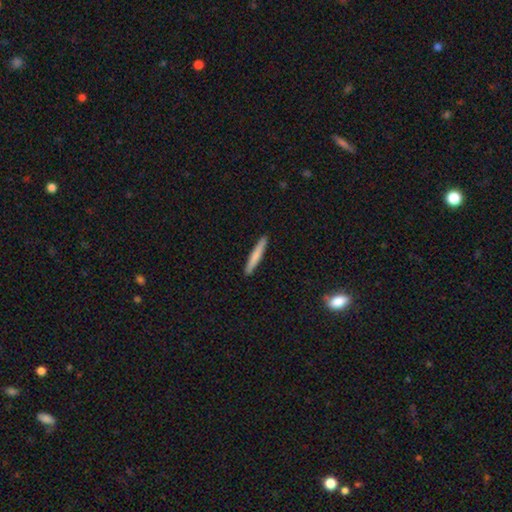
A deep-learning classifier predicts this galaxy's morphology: smooth_or_featured: smooth (p=0.76) [alt: featured or disk p=0.19]
how_rounded: cigar-shaped (p=0.95) [alt: in between p=0.03]
merging: none (p=0.92) [alt: minor disturbance p=0.06]